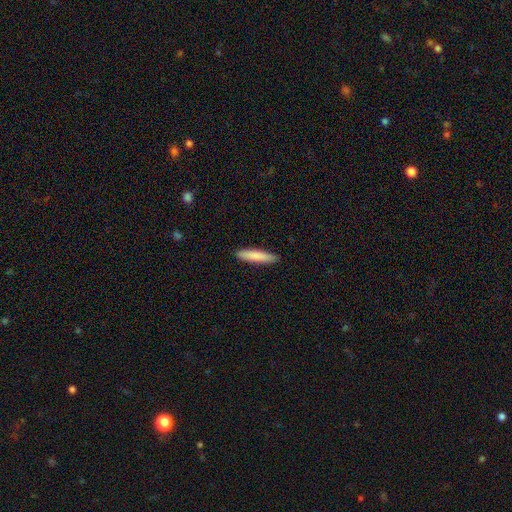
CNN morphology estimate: Smooth or featured? smooth (84%)
How rounded? cigar-shaped (88%)
Merging? none (90%)